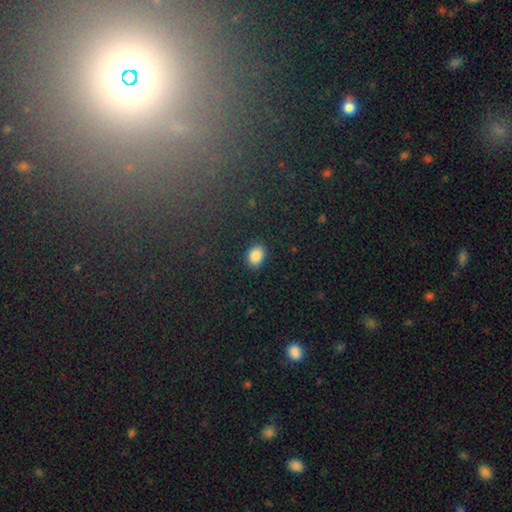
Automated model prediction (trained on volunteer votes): smooth 87%, star or artifact 9%, featured or disk 4%. Down the decision tree: how rounded — in between (63%); merging — none (87%).